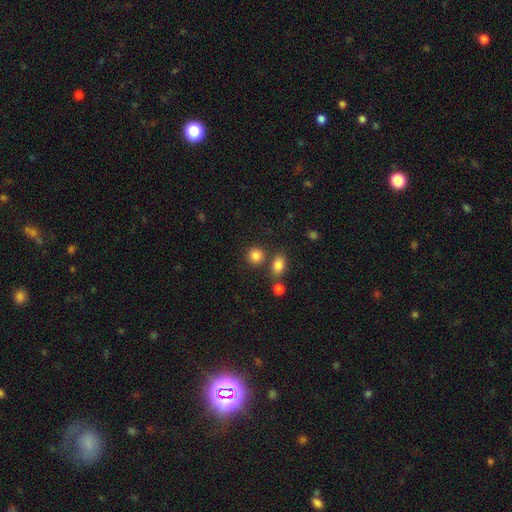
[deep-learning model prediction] smooth_or_featured: smooth (p=0.84) [alt: star or artifact p=0.11]
how_rounded: round (p=0.84) [alt: in between p=0.15]
merging: none (p=0.75) [alt: merger p=0.12]